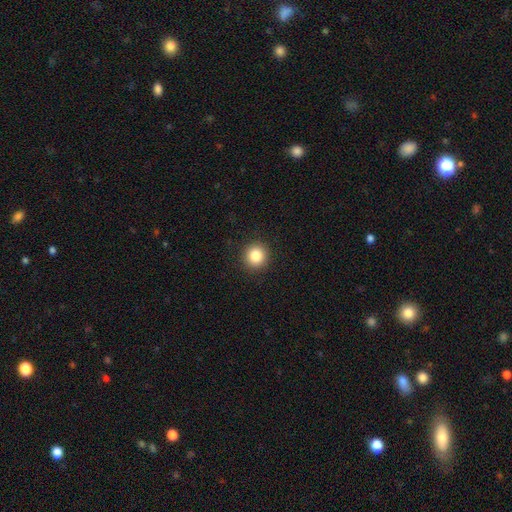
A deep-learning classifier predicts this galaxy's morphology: The model was most divided on "smooth or featured": smooth: 84%, star or artifact: 10%, featured or disk: 5%. More confident: how rounded — round (93%); merging — none (92%).